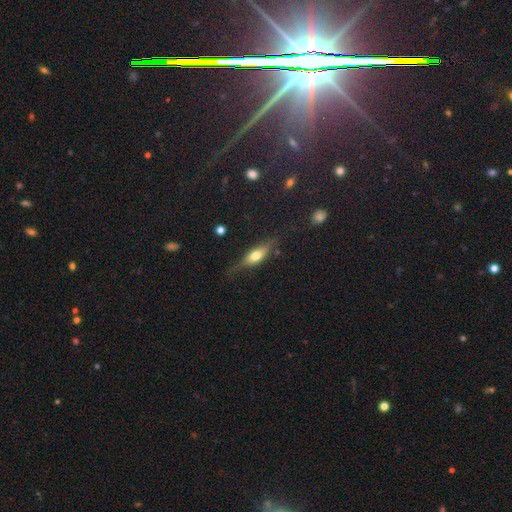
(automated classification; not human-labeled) Overall: smooth (47%; featured or disk 45%). Merging: none (67%).